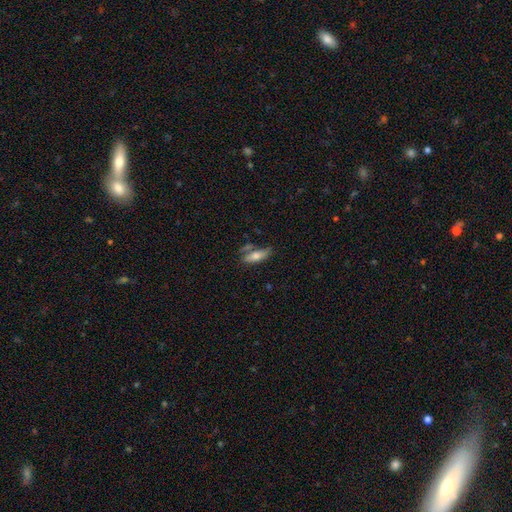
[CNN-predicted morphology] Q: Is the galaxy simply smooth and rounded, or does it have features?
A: smooth — 67%.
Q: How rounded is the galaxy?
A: in between — 60%.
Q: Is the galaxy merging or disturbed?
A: none — 54%.